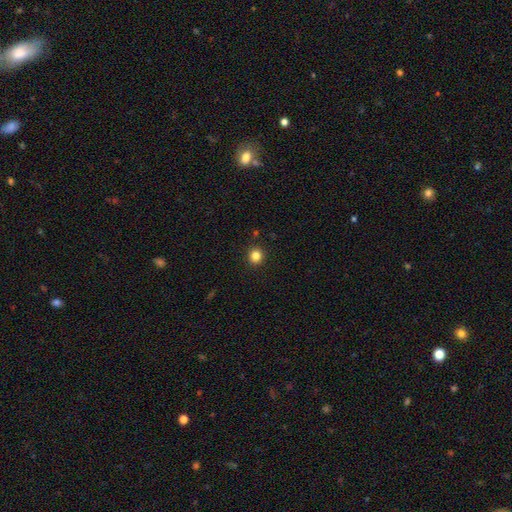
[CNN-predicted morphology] Smooth or featured: smooth — 83% (star or artifact — 12%)
How rounded: round — 90% (in between — 9%)
Merging: none — 92% (minor disturbance — 5%)